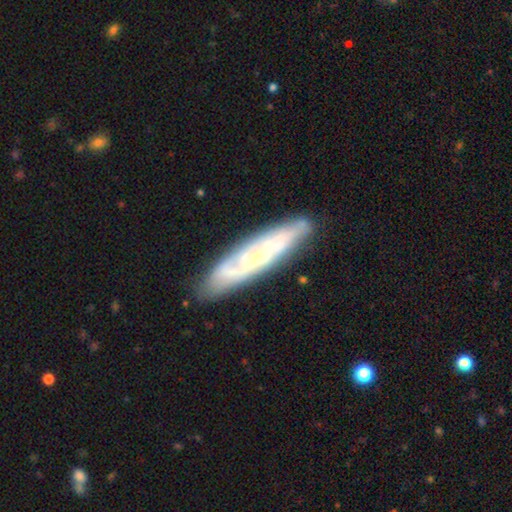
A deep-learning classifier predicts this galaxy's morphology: Q: Smooth or featured?
A: featured or disk (65%); runner-up: smooth (28%)
Q: Edge-on disk?
A: no (56%); runner-up: yes (44%)
Q: Merging?
A: none (82%); runner-up: minor disturbance (13%)